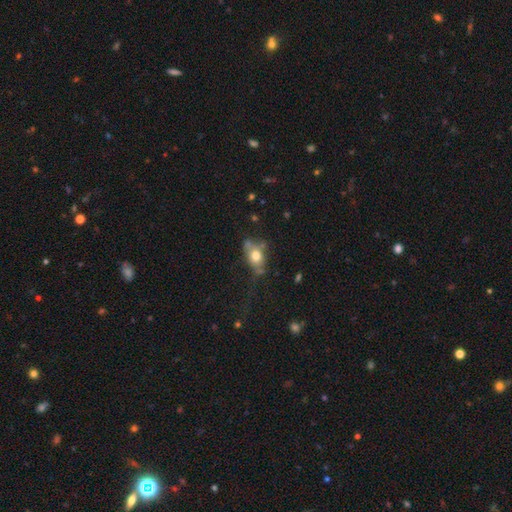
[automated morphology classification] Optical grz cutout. It shows a smooth galaxy with no disk features (64%) that is in between round and cigar-shaped (72%). Merging: none (44%).